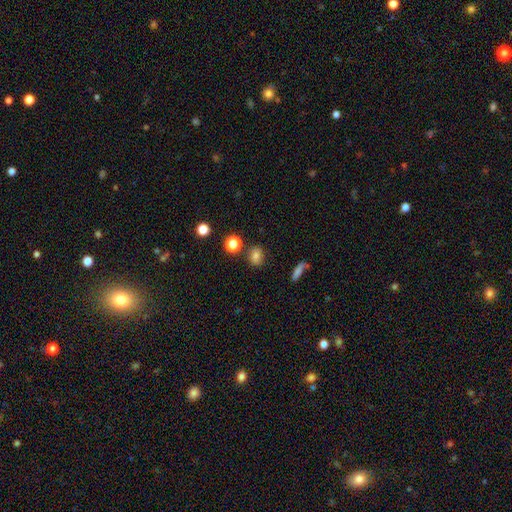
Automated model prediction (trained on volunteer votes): A smooth galaxy with no disk features (78%) that is round (55%).

Vote fractions:
- Smooth or featured? smooth: 78% / star or artifact: 13% / featured or disk: 9%
- How rounded? round: 55% / in between: 43% / cigar-shaped: 2%
- Merging? none: 81% / minor disturbance: 10% / merger: 5% / major disturbance: 3%